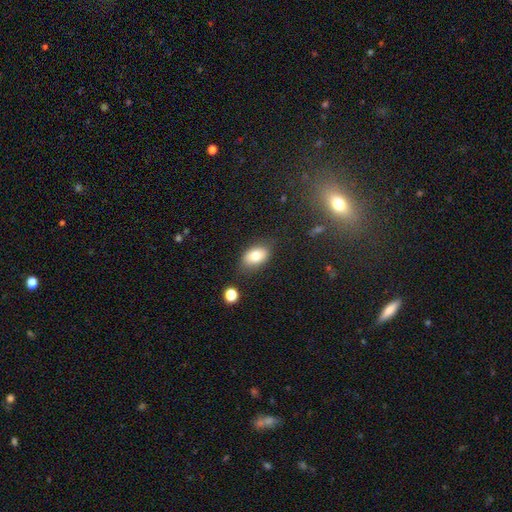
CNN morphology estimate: smooth_or_featured: smooth (p=0.78) [alt: featured or disk p=0.13]
how_rounded: in between (p=0.89) [alt: round p=0.09]
merging: none (p=0.79) [alt: minor disturbance p=0.14]